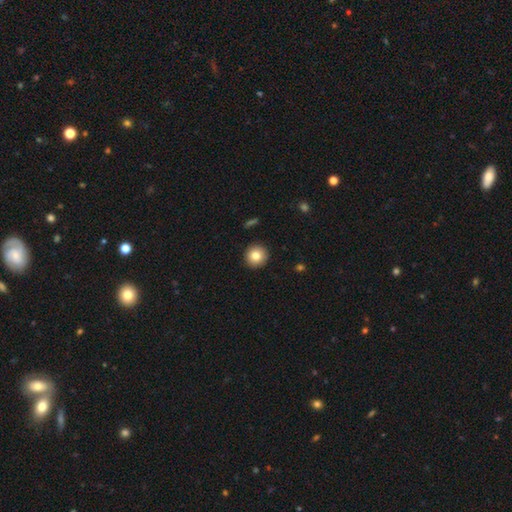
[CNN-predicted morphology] Smooth or featured?
  - smooth: 81% *
  - featured or disk: 10%
  - star or artifact: 9%
How rounded?
  - round: 94% *
  - in between: 5%
  - cigar-shaped: 1%
Merging?
  - none: 92% *
  - minor disturbance: 5%
  - major disturbance: 2%
  - merger: 1%